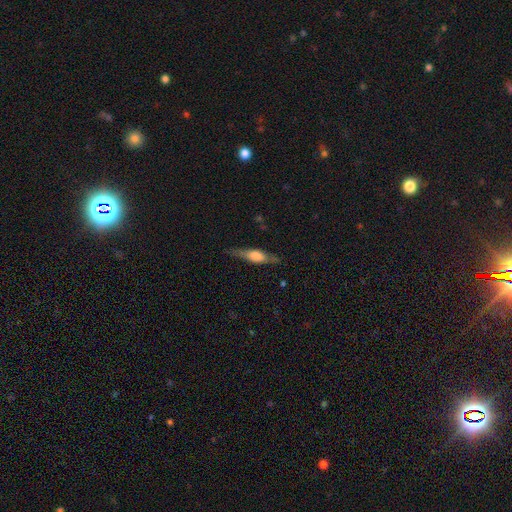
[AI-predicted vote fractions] This is possibly a featured or disk galaxy (55%). It is clearly viewed edge-on (93%). Edge-on bulge: likely rounded (75%). Merging: clearly none (80%).